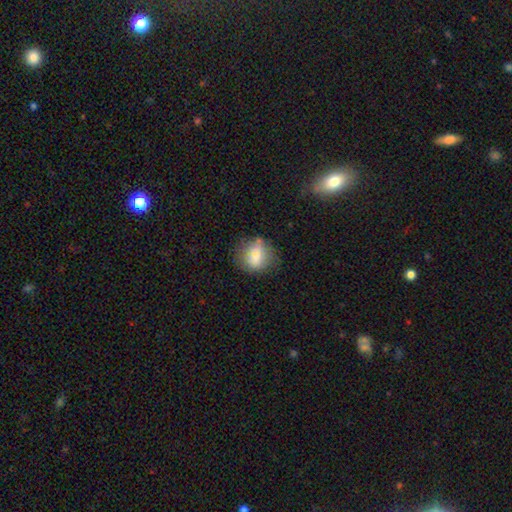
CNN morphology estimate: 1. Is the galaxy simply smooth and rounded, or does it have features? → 78% smooth, 14% featured or disk, 8% star or artifact.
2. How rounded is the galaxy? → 73% round, 26% in between, 1% cigar-shaped.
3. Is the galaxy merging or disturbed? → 71% none, 19% minor disturbance, 7% major disturbance, 3% merger.